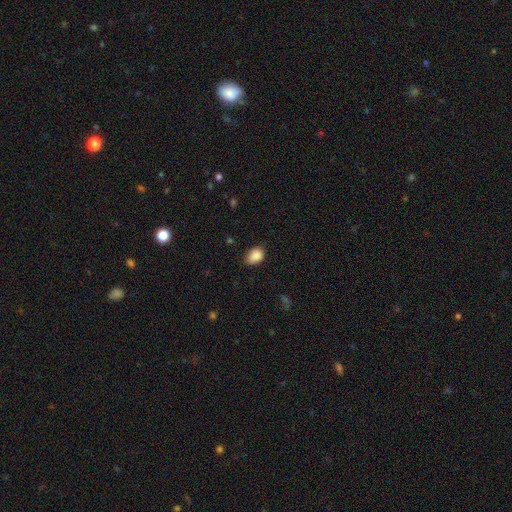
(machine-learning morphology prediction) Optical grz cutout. It shows a smooth galaxy with no disk features (89%) that is in between round and cigar-shaped (77%). Merging: none (76%).